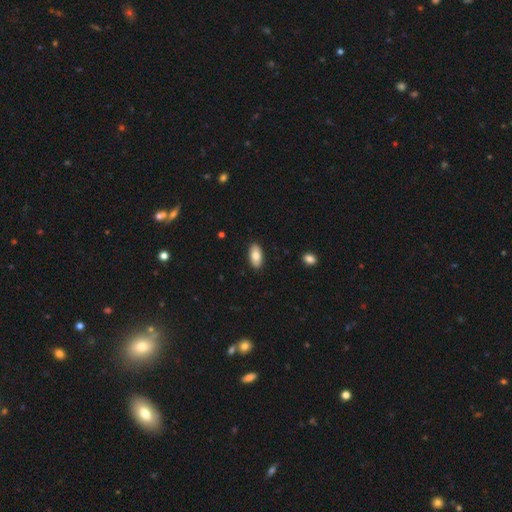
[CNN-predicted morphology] smooth_or_featured: smooth (p=0.82) [alt: featured or disk p=0.12]
how_rounded: in between (p=0.92) [alt: cigar-shaped p=0.06]
merging: none (p=0.90) [alt: minor disturbance p=0.07]